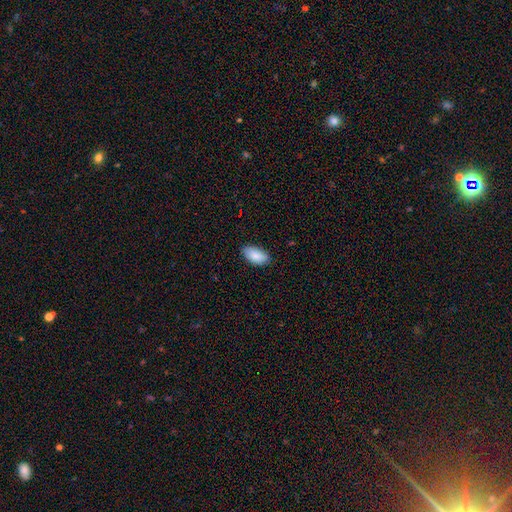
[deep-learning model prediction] smooth_or_featured: smooth (p=0.88) [alt: star or artifact p=0.06]
how_rounded: in between (p=0.95) [alt: cigar-shaped p=0.03]
merging: none (p=0.84) [alt: minor disturbance p=0.13]